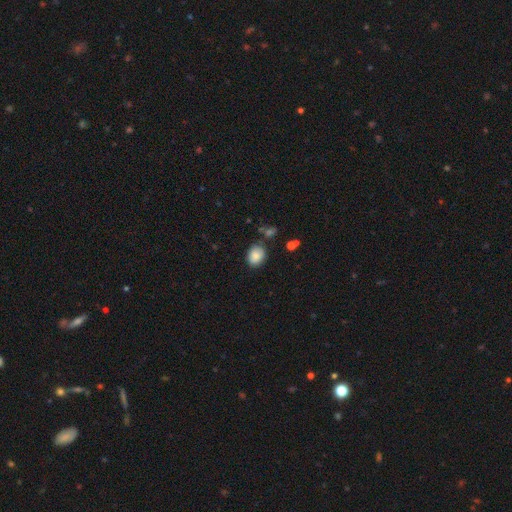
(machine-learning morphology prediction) Overall: smooth (84%). How rounded: in between (54%; round 45%). Merging: none (77%).